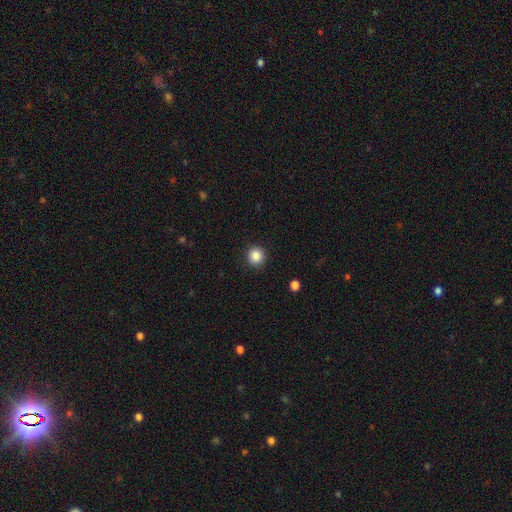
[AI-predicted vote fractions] The model was most divided on "smooth or featured": smooth: 86%, star or artifact: 10%, featured or disk: 4%. More confident: how rounded — round (93%); merging — none (91%).